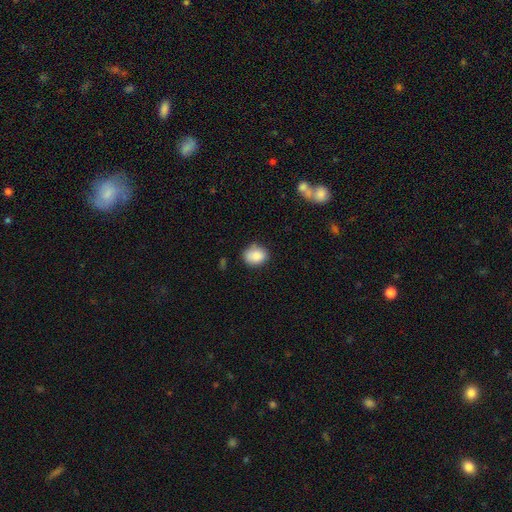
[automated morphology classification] The model was most divided on "how rounded": round: 54%, in between: 45%, cigar-shaped: 1%. More confident: smooth or featured — smooth (86%); merging — none (73%).